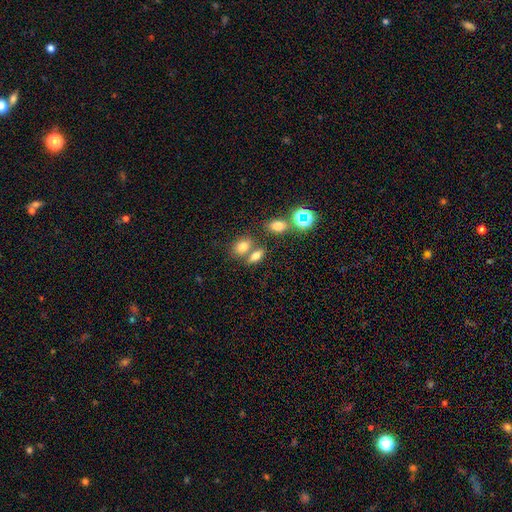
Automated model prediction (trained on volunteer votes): Q: Smooth or featured?
A: smooth (72%); runner-up: star or artifact (15%)
Q: How rounded?
A: in between (76%); runner-up: round (18%)
Q: Merging?
A: none (50%); runner-up: merger (35%)